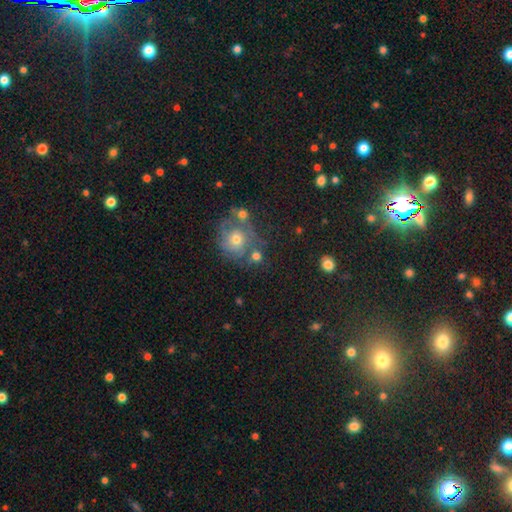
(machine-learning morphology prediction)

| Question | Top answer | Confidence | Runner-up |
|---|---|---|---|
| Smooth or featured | smooth | 44% | featured or disk (32%) |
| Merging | none | 59% | merger (16%) |